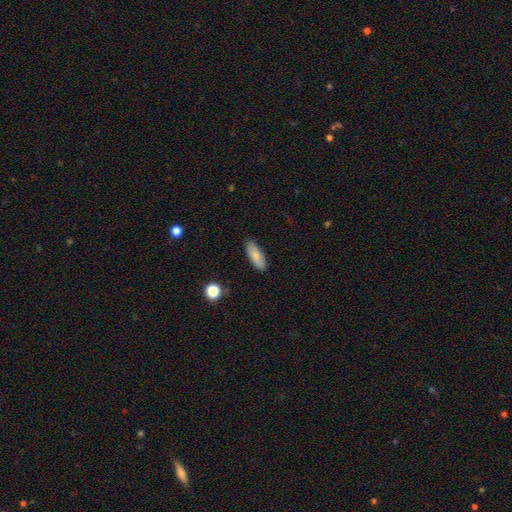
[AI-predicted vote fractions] Smooth or featured?
  - smooth: 81% *
  - featured or disk: 13%
  - star or artifact: 7%
How rounded?
  - in between: 70% *
  - cigar-shaped: 28%
  - round: 2%
Merging?
  - none: 88% *
  - minor disturbance: 9%
  - major disturbance: 2%
  - merger: 1%